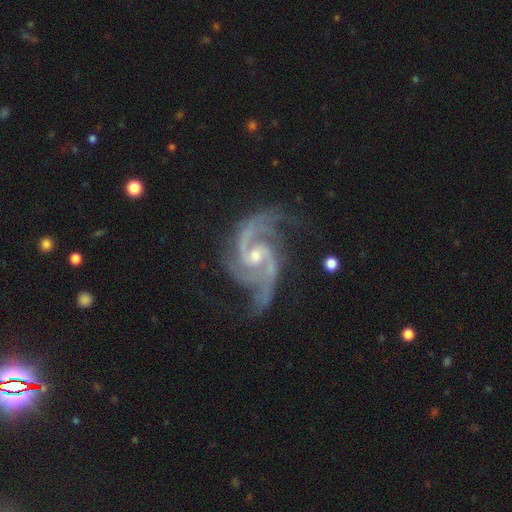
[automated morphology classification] This appears to be a featured or disk galaxy (93%) with no bar (45%), 2 (63%) medium (59%) spiral arms (99%) and a moderate central bulge (50%). Merging: none (59%).